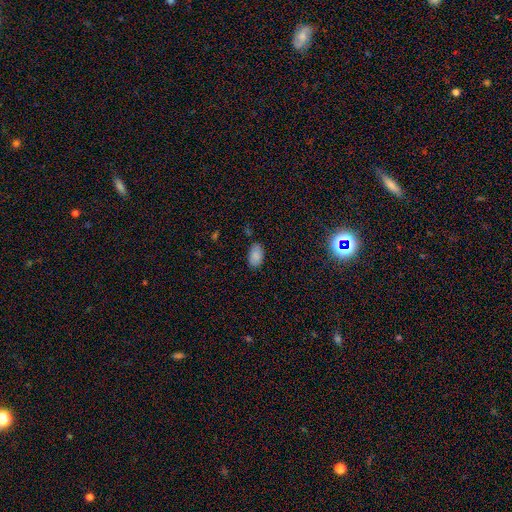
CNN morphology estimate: This is clearly a smooth galaxy (84%). How rounded: clearly in between (93%). Merging: likely none (77%).